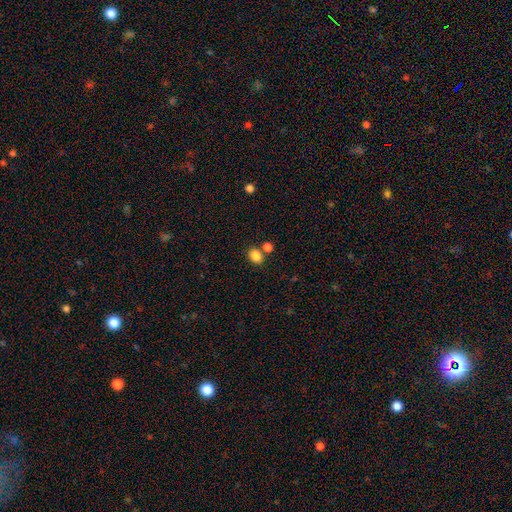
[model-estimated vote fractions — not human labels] Smooth or featured? Predicted: smooth (p=0.85). How rounded? Predicted: in between (p=0.67). Merging? Predicted: none (p=0.67).